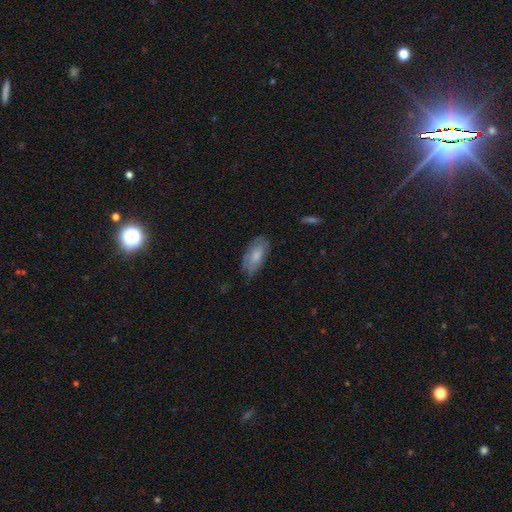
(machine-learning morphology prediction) A smooth galaxy with no disk features (71%) that is in between round and cigar-shaped (92%).

Vote fractions:
- Smooth or featured? smooth: 71% / featured or disk: 23% / star or artifact: 6%
- How rounded? in between: 92% / cigar-shaped: 5% / round: 3%
- Merging? none: 60% / minor disturbance: 31% / major disturbance: 7% / merger: 1%